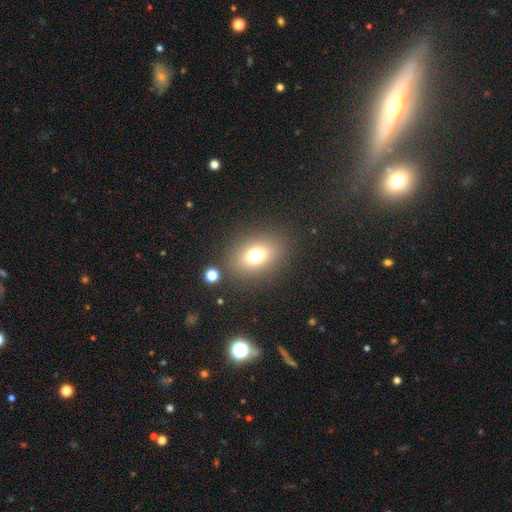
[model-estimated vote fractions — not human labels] smooth_or_featured: smooth (p=0.72) [alt: star or artifact p=0.15]
how_rounded: in between (p=0.68) [alt: round p=0.30]
merging: none (p=0.83) [alt: minor disturbance p=0.09]